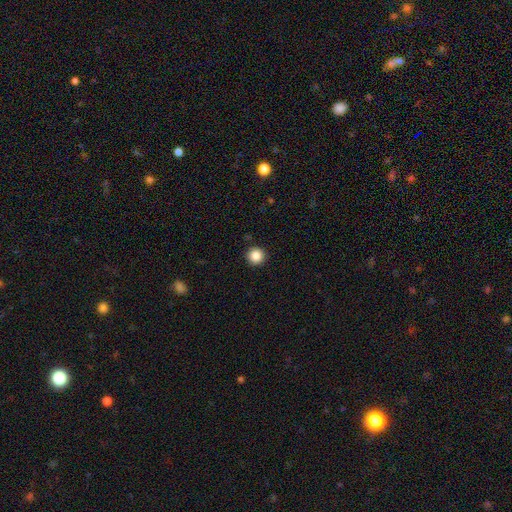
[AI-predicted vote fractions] A smooth galaxy with no disk features (87%) that is round (96%).

Vote fractions:
- Smooth or featured? smooth: 87% / star or artifact: 10% / featured or disk: 3%
- How rounded? round: 96% / in between: 3% / cigar-shaped: 1%
- Merging? none: 93% / minor disturbance: 5% / major disturbance: 2% / merger: 1%